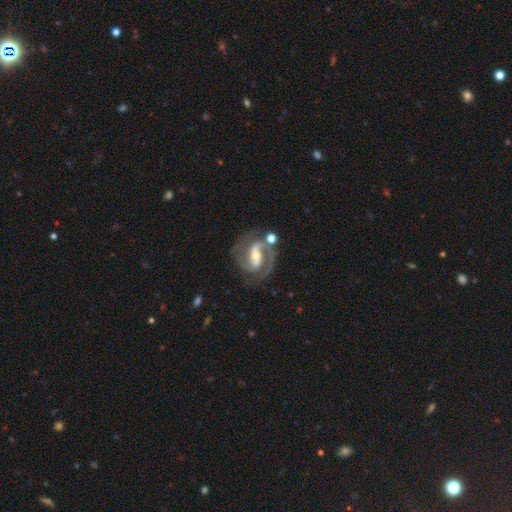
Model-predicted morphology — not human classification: Smooth or featured?
  - featured or disk: 90% *
  - smooth: 5%
  - star or artifact: 5%
Edge-on disk?
  - no: 97% *
  - yes: 3%
Bar?
  - strong: 56% *
  - weak: 31%
  - no: 14%
Spiral arms?
  - yes: 97% *
  - no: 3%
Spiral winding?
  - medium: 56% *
  - tight: 31%
  - loose: 13%
Spiral arm count?
  - 2: 88% *
  - 1: 3%
  - 3: 3%
  - can't tell: 3%
  - 4: 1%
  - more than 4: 1%
Bulge size?
  - moderate: 57% *
  - small: 37%
  - large: 3%
  - none: 1%
  - dominant: 1%
Merging?
  - none: 67% *
  - minor disturbance: 16%
  - major disturbance: 9%
  - merger: 8%